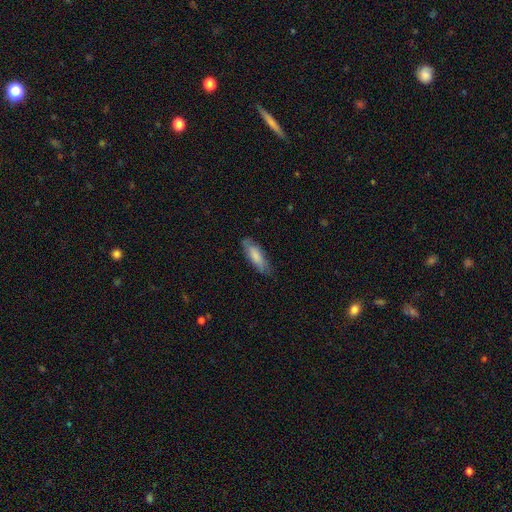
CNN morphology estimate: A smooth galaxy with no disk features (78%) that is in between round and cigar-shaped (56%).

Vote fractions:
- Smooth or featured? smooth: 78% / featured or disk: 17% / star or artifact: 5%
- How rounded? in between: 56% / cigar-shaped: 43% / round: 1%
- Merging? none: 76% / minor disturbance: 19% / major disturbance: 4% / merger: 1%